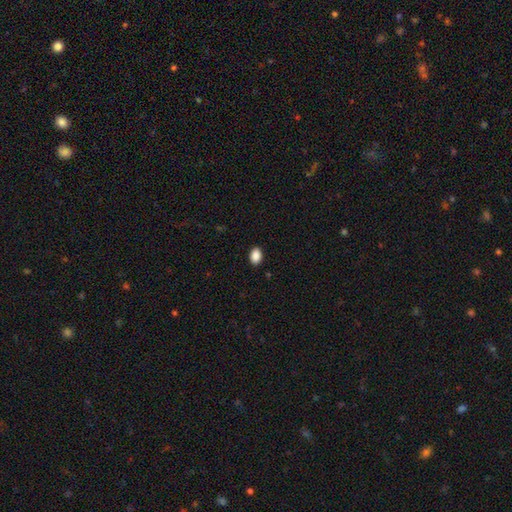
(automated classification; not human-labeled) A smooth galaxy with no disk features (89%) that is in between round and cigar-shaped (82%). Merging: none (90%).